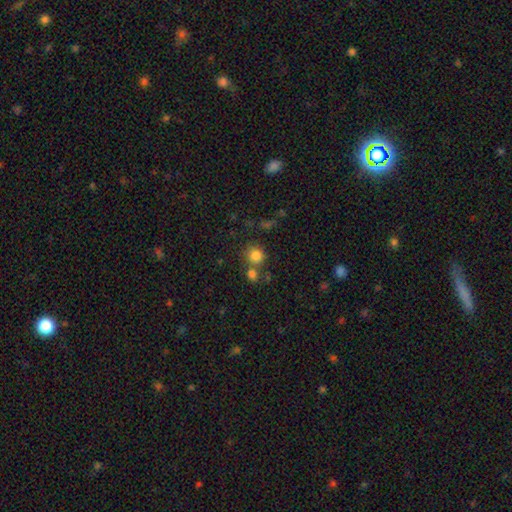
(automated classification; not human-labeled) Overall: smooth (80%). How rounded: round (87%). Merging: none (61%; merger 26%).